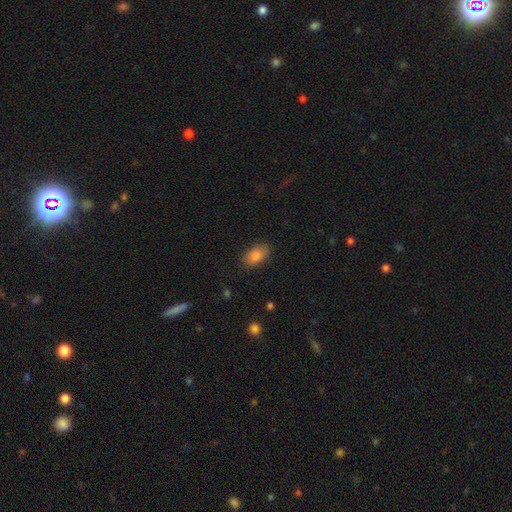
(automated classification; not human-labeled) Q: Smooth or featured?
A: smooth (84%); runner-up: featured or disk (8%)
Q: How rounded?
A: in between (92%); runner-up: round (5%)
Q: Merging?
A: none (84%); runner-up: minor disturbance (12%)